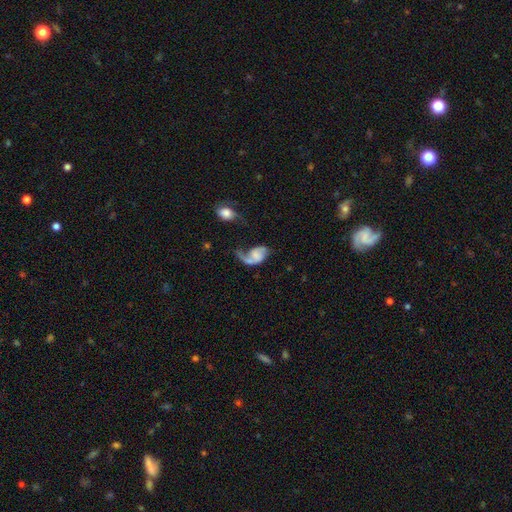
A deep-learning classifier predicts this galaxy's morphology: Smooth or featured?
  - featured or disk: 71% *
  - smooth: 22%
  - star or artifact: 7%
Edge-on disk?
  - no: 98% *
  - yes: 2%
Bar?
  - no: 60% *
  - weak: 32%
  - strong: 8%
Spiral arms?
  - yes: 89% *
  - no: 11%
Spiral winding?
  - loose: 59% *
  - medium: 31%
  - tight: 10%
Spiral arm count?
  - 2: 49% *
  - 1: 45%
  - can't tell: 4%
  - 3: 1%
  - 4: 1%
  - more than 4: 1%
Bulge size?
  - none: 41% *
  - small: 33%
  - moderate: 17%
  - large: 6%
  - dominant: 3%
Merging?
  - major disturbance: 42% *
  - none: 27%
  - minor disturbance: 18%
  - merger: 13%